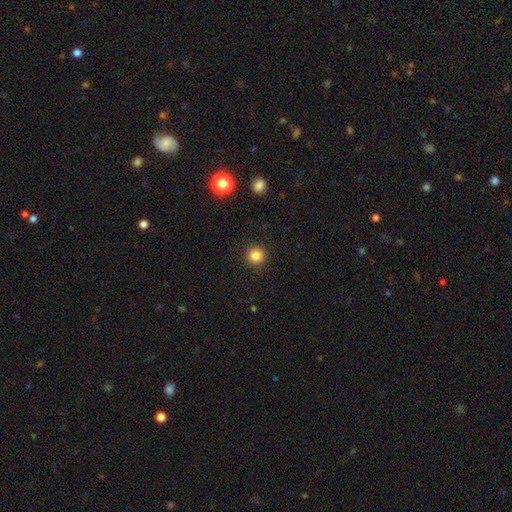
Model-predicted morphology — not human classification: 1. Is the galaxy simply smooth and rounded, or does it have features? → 84% smooth, 12% star or artifact, 4% featured or disk.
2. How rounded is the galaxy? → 94% round, 5% in between, 1% cigar-shaped.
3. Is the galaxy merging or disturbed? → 91% none, 5% minor disturbance, 2% major disturbance, 1% merger.